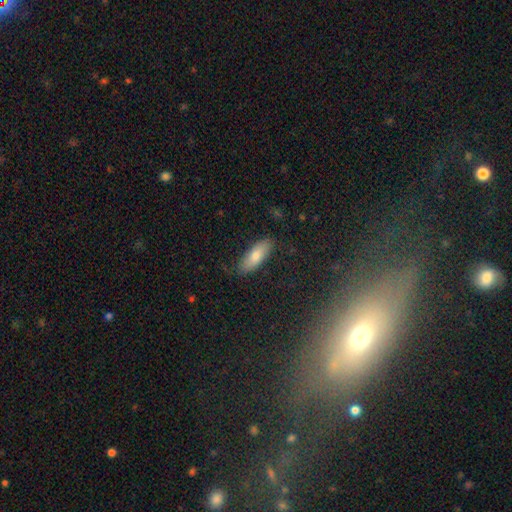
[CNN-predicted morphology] Q: Smooth or featured?
A: smooth (76%); runner-up: featured or disk (16%)
Q: How rounded?
A: in between (69%); runner-up: cigar-shaped (29%)
Q: Merging?
A: none (83%); runner-up: minor disturbance (13%)